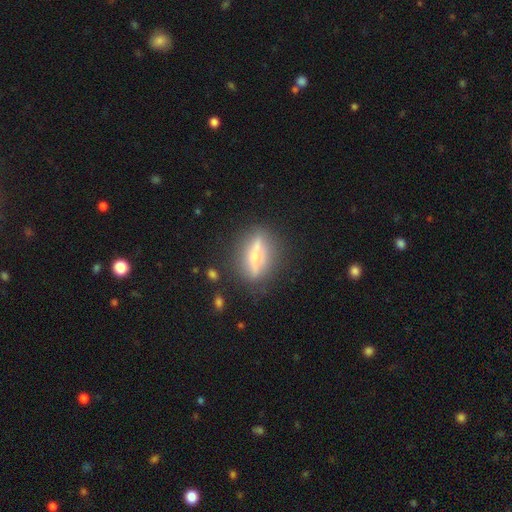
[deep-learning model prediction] Smooth or featured? featured or disk (67%)
Edge-on disk? yes (83%)
Edge-on bulge? rounded (87%)
Merging? none (82%)